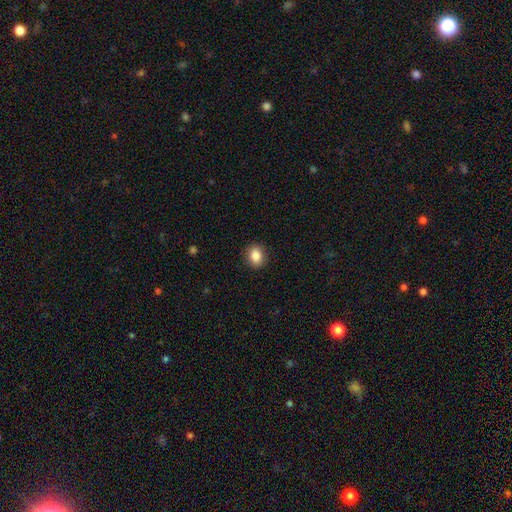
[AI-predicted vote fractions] Smooth or featured? smooth (87%)
How rounded? round (50%)
Merging? none (89%)